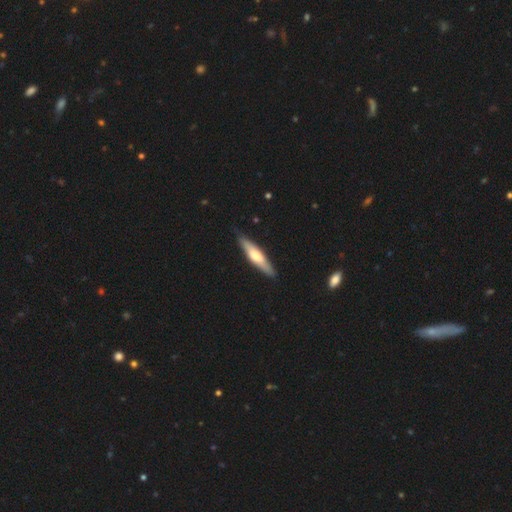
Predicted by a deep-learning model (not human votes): A smooth galaxy with no disk features (48%).

Vote fractions:
- Smooth or featured? smooth: 48% / featured or disk: 47% / star or artifact: 5%
- Merging? none: 87% / minor disturbance: 10% / major disturbance: 2% / merger: 1%